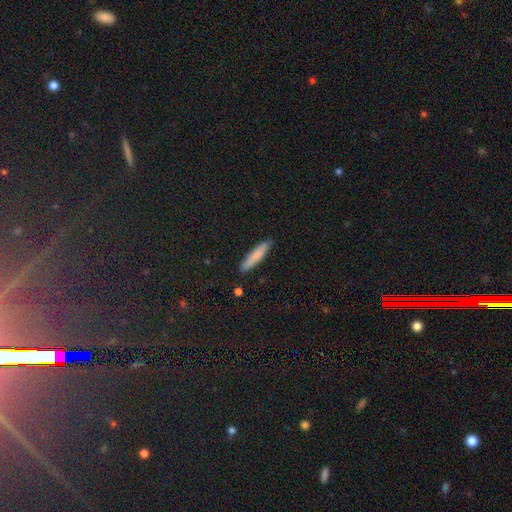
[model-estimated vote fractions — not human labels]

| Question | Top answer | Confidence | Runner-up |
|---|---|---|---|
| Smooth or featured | smooth | 79% | featured or disk (15%) |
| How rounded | cigar-shaped | 87% | in between (12%) |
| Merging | none | 89% | minor disturbance (8%) |